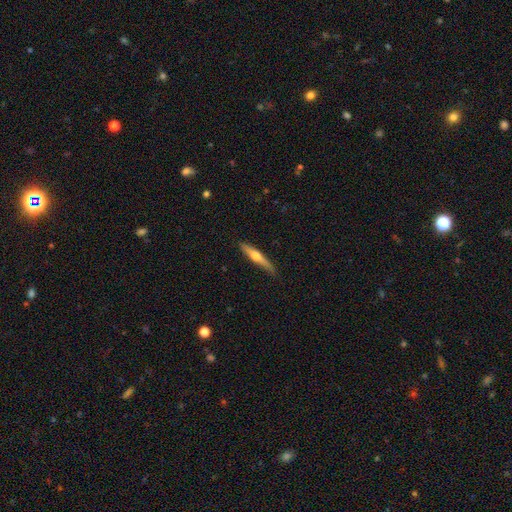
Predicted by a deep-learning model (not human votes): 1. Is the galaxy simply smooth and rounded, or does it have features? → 51% featured or disk, 43% smooth, 5% star or artifact.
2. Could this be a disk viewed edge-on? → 95% yes, 5% no.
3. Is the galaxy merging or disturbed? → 81% none, 15% minor disturbance, 2% major disturbance, 1% merger.